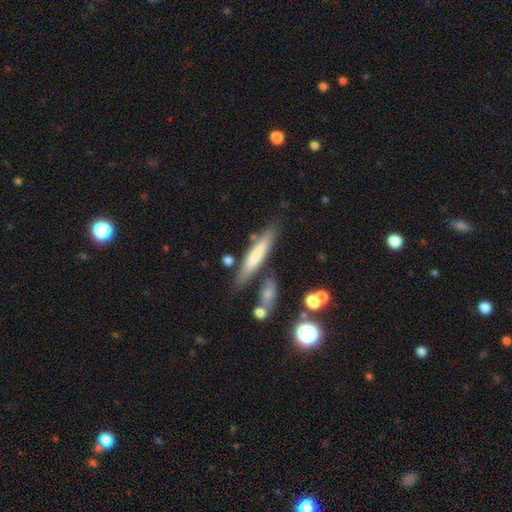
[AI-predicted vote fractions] Q: Smooth or featured?
A: smooth (66%); runner-up: featured or disk (27%)
Q: How rounded?
A: cigar-shaped (87%); runner-up: in between (12%)
Q: Merging?
A: none (73%); runner-up: minor disturbance (14%)